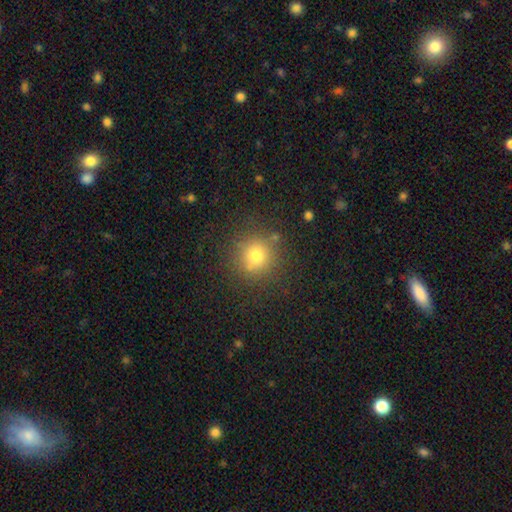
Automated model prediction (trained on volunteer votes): Q: Smooth or featured?
A: smooth (75%); runner-up: star or artifact (16%)
Q: How rounded?
A: round (92%); runner-up: in between (7%)
Q: Merging?
A: none (81%); runner-up: minor disturbance (10%)